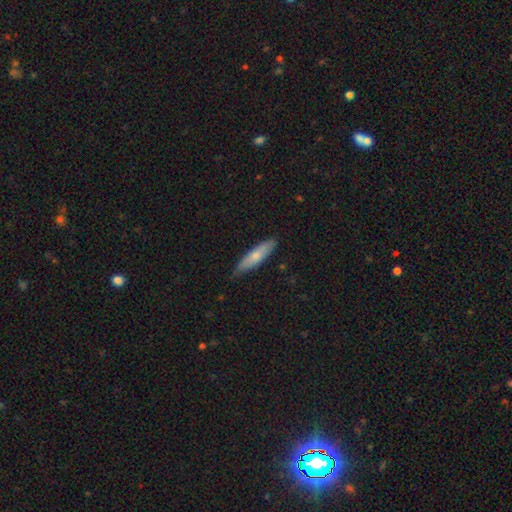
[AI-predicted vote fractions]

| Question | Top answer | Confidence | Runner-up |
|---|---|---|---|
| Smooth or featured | smooth | 68% | featured or disk (27%) |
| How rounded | cigar-shaped | 74% | in between (24%) |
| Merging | none | 79% | minor disturbance (18%) |